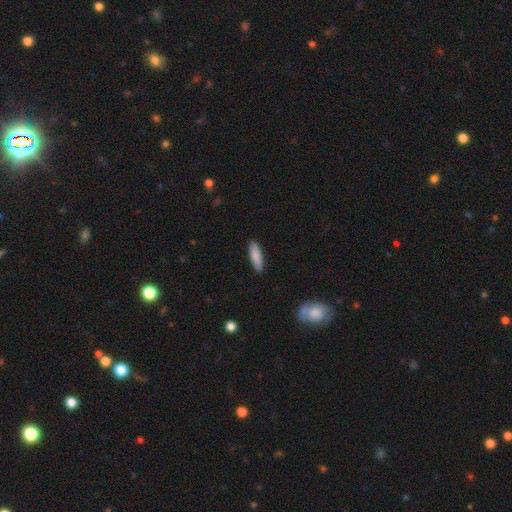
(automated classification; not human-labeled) Q: Smooth or featured?
A: smooth (86%); runner-up: featured or disk (9%)
Q: How rounded?
A: cigar-shaped (58%); runner-up: in between (41%)
Q: Merging?
A: none (89%); runner-up: minor disturbance (8%)